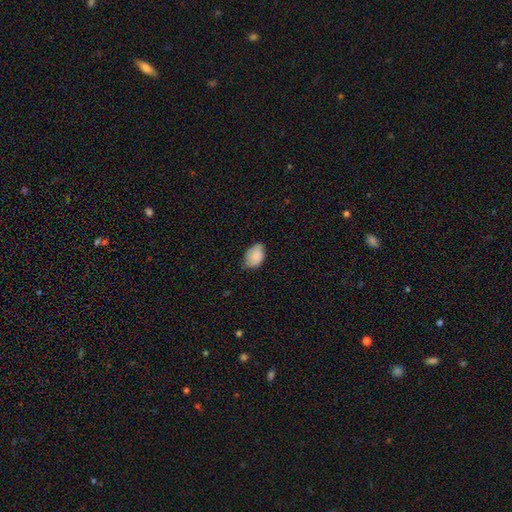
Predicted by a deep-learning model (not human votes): This appears to be a smooth galaxy with no disk features (84%) that is in between round and cigar-shaped (86%). Merging: none (61%).